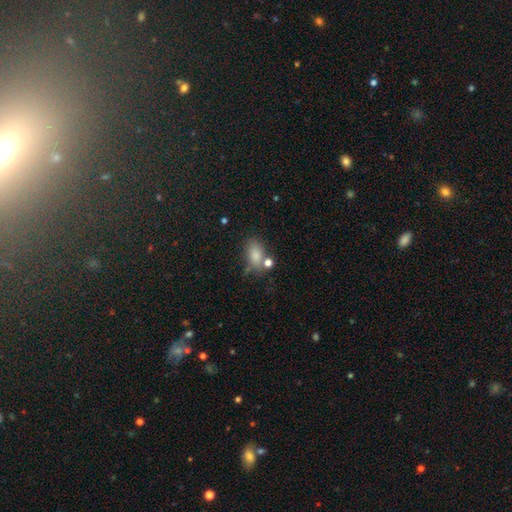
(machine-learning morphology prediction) A smooth galaxy with no disk features (82%) that is in between round and cigar-shaped (85%). Merging: none (55%).